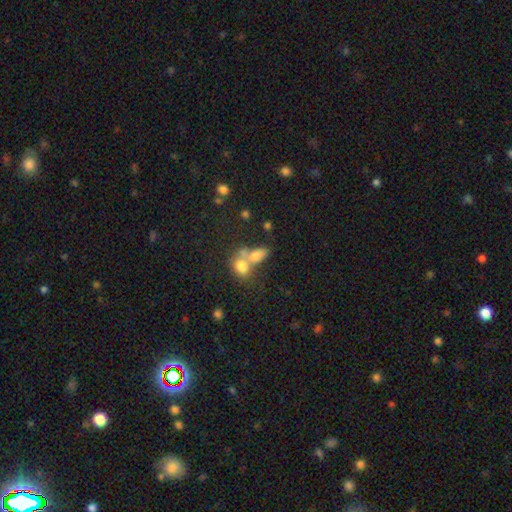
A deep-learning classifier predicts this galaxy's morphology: Q: Smooth or featured?
A: smooth (73%); runner-up: featured or disk (16%)
Q: How rounded?
A: in between (73%); runner-up: round (23%)
Q: Merging?
A: merger (60%); runner-up: none (26%)